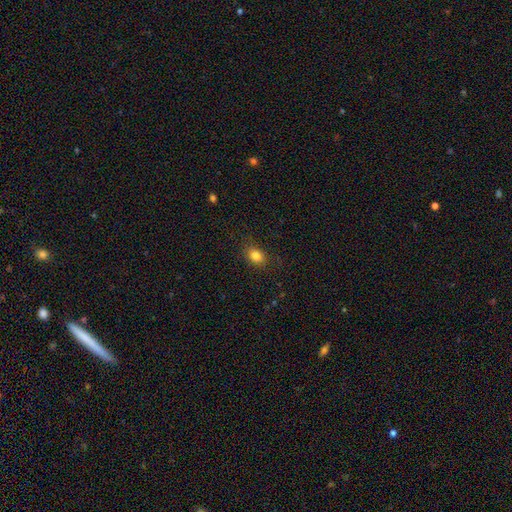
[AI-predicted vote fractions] This appears to be a smooth galaxy with no disk features (83%) that is in between round and cigar-shaped (64%). Merging: none (84%).